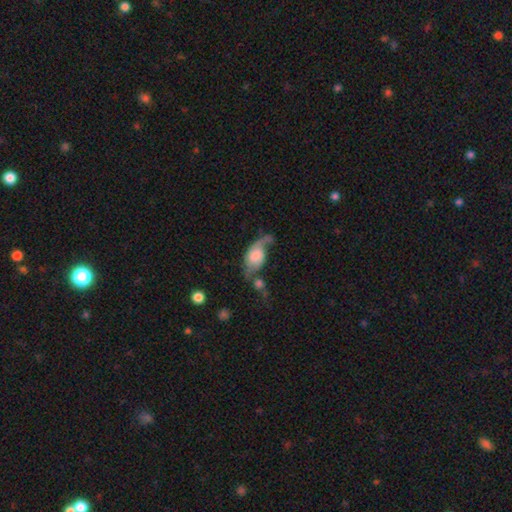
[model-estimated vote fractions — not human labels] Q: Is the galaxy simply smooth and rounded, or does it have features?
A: featured or disk — 50%.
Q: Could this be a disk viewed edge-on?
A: no — 91%.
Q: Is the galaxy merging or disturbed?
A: major disturbance — 31%.